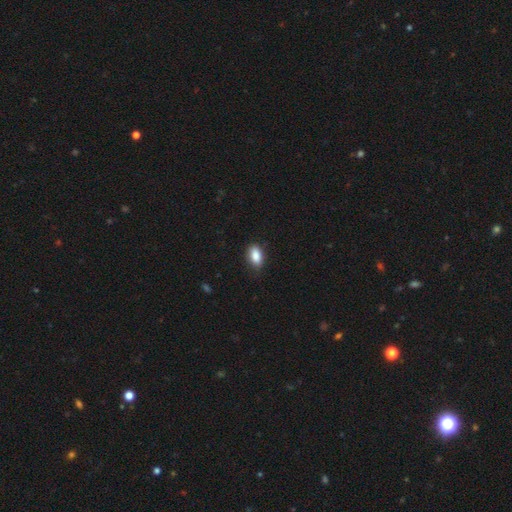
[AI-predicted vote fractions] This is clearly a smooth galaxy (88%). How rounded: clearly in between (91%). Merging: clearly none (83%).